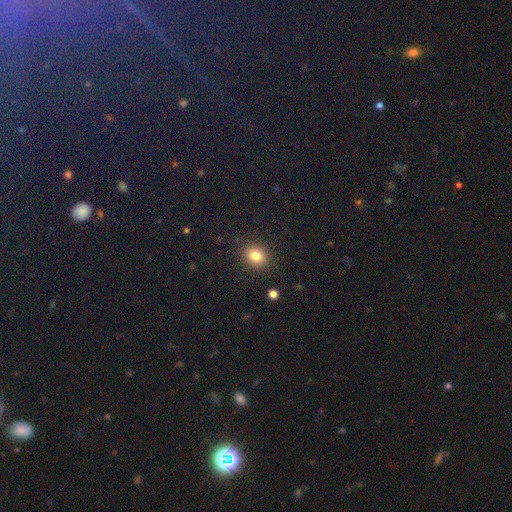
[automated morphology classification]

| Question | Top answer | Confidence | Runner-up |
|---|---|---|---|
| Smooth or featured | smooth | 82% | star or artifact (11%) |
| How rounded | round | 56% | in between (43%) |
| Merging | none | 88% | minor disturbance (8%) |